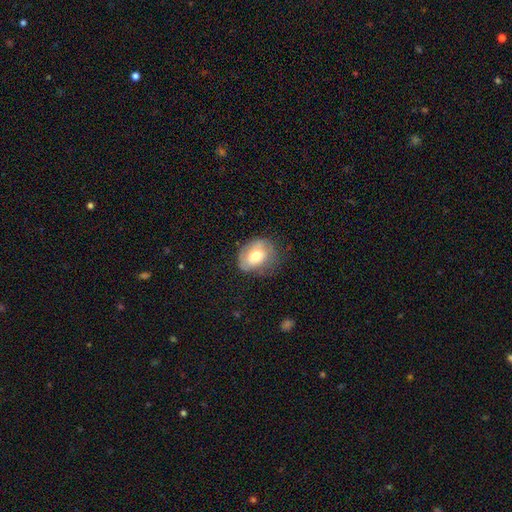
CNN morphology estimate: This appears to be a smooth galaxy with no disk features (66%) that is in between round and cigar-shaped (58%). Merging: none (61%).